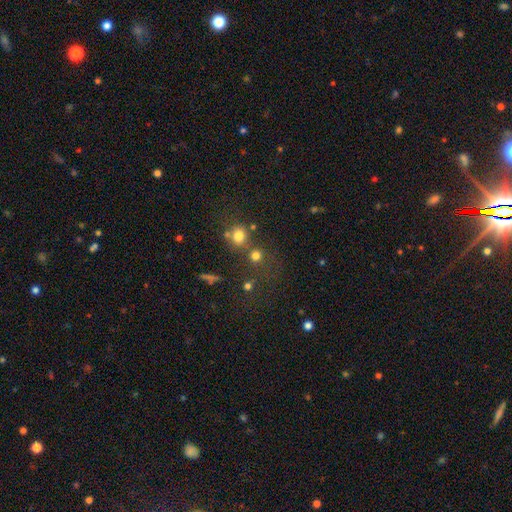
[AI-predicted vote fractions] Overall: smooth (74%). How rounded: round (85%). Merging: none (62%; merger 22%).